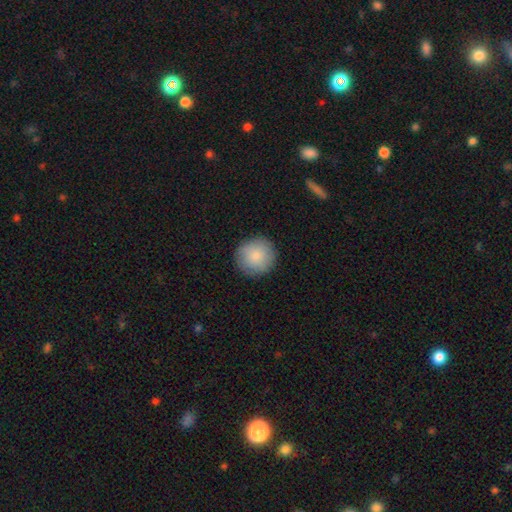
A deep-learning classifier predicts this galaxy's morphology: Smooth or featured? Predicted: smooth (p=0.84). How rounded? Predicted: round (p=0.95). Merging? Predicted: none (p=0.90).